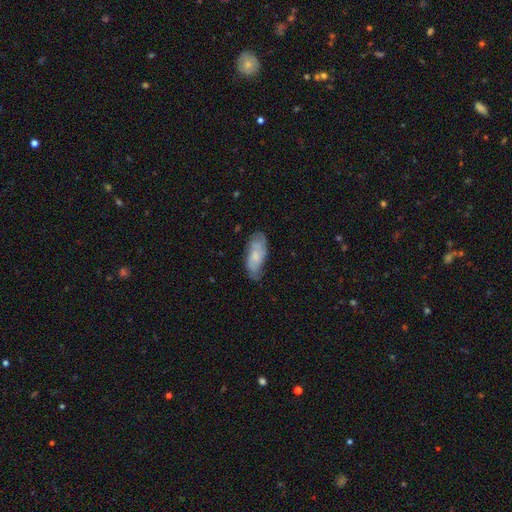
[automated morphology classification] A smooth galaxy with no disk features (52%) that is in between round and cigar-shaped (81%). Merging: none (65%).